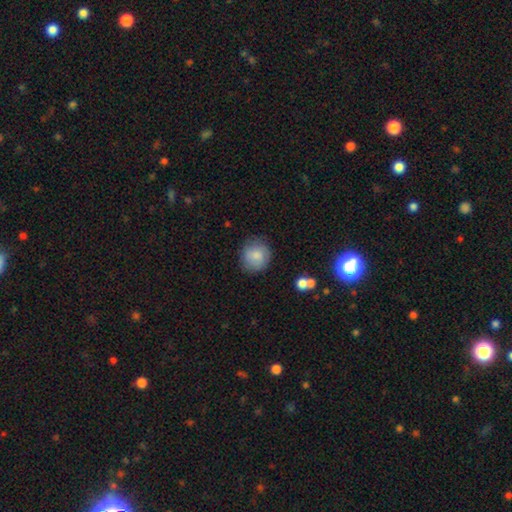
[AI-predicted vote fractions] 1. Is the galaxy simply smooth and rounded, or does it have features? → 82% smooth, 11% featured or disk, 7% star or artifact.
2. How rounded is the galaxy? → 87% round, 12% in between, 1% cigar-shaped.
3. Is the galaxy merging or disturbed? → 79% none, 15% minor disturbance, 4% major disturbance, 2% merger.